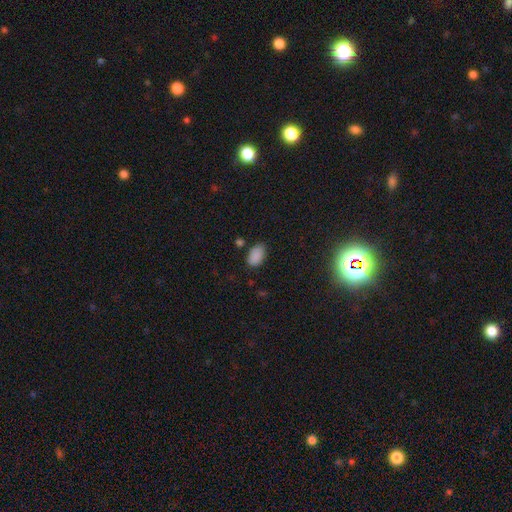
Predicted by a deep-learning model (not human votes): Overall: smooth (87%). How rounded: in between (93%). Merging: none (77%).